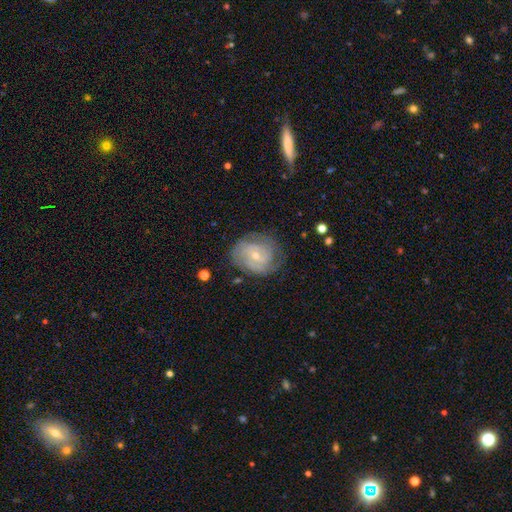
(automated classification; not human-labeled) Smooth or featured: featured or disk — 75% (smooth — 18%)
Edge-on disk: no — 97% (yes — 3%)
Bar: no — 59% (weak — 35%)
Spiral arms: yes — 89% (no — 11%)
Spiral winding: tight — 61% (medium — 30%)
Spiral arm count: can't tell — 36% (2 — 33%)
Bulge size: small — 66% (moderate — 30%)
Merging: none — 69% (minor disturbance — 20%)